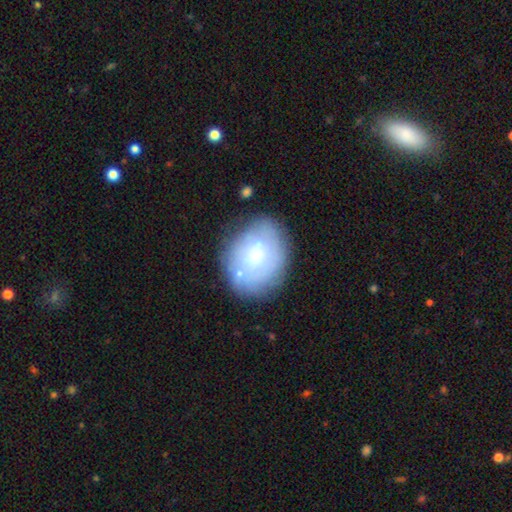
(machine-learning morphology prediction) Smooth or featured? Predicted: smooth (p=0.57). How rounded? Predicted: in between (p=0.56). Merging? Predicted: none (p=0.66).